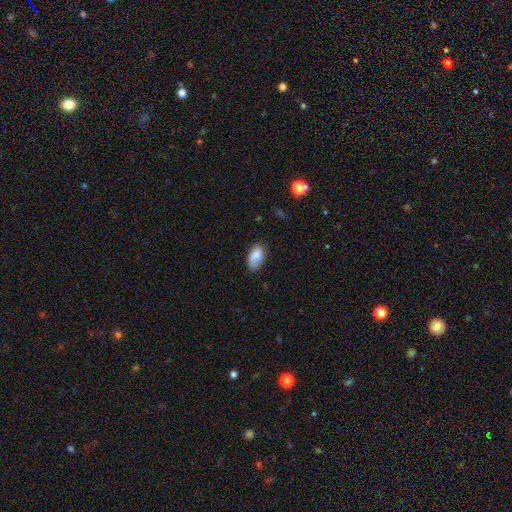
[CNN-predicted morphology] smooth_or_featured: smooth (p=0.83) [alt: featured or disk p=0.10]
how_rounded: in between (p=0.93) [alt: round p=0.04]
merging: none (p=0.65) [alt: minor disturbance p=0.26]